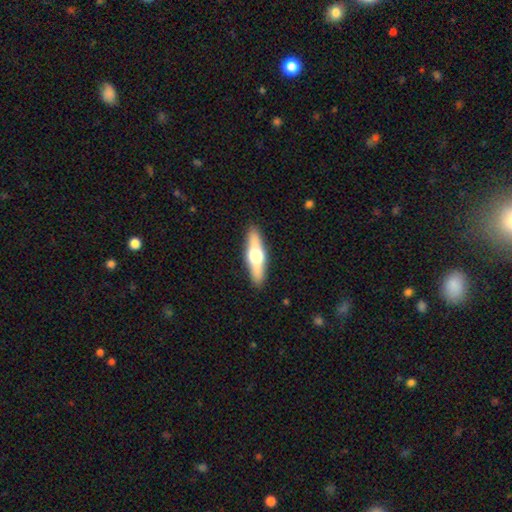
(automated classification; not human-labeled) A featured or disk galaxy (54%) viewed edge-on (93%) with a rounded central bulge (95%). Merging: none (90%).